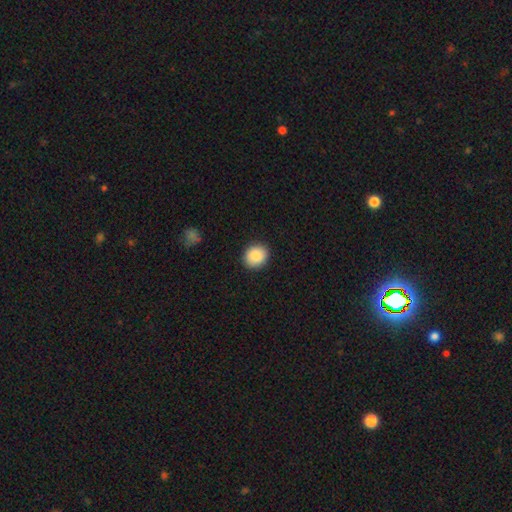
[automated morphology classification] Smooth or featured? smooth (88%)
How rounded? round (74%)
Merging? none (90%)